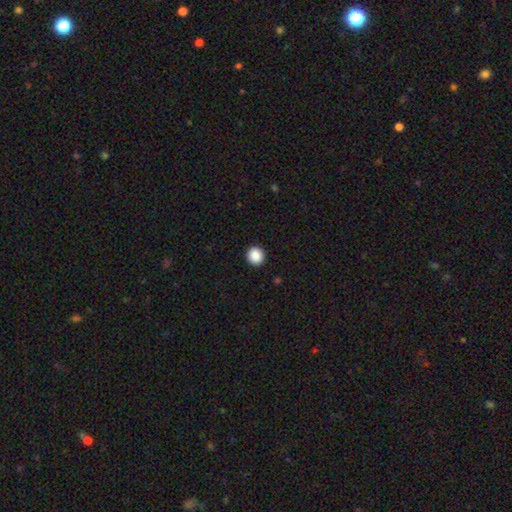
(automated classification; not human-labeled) smooth 89%, star or artifact 9%, featured or disk 2%. Down the decision tree: how rounded — round (93%); merging — none (93%).